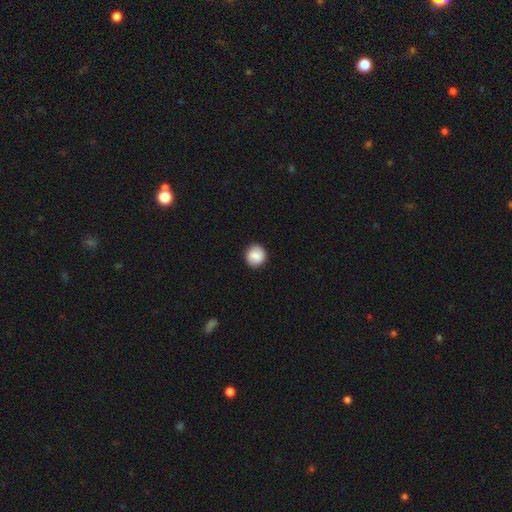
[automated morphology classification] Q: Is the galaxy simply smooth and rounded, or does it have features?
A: smooth — 85%.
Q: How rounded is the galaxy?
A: round — 90%.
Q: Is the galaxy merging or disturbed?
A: none — 89%.